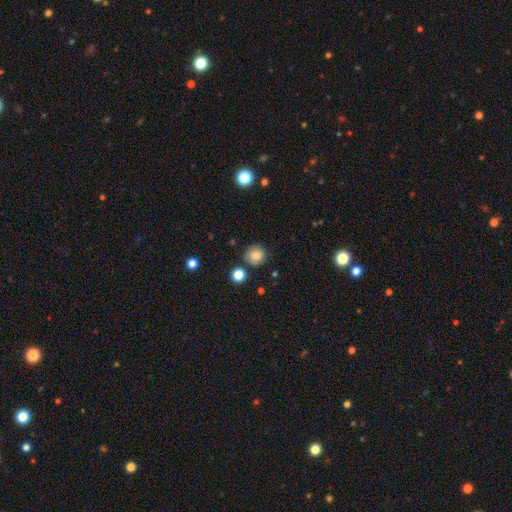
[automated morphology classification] smooth 83%, star or artifact 11%, featured or disk 6%. Down the decision tree: how rounded — round (92%); merging — none (80%).